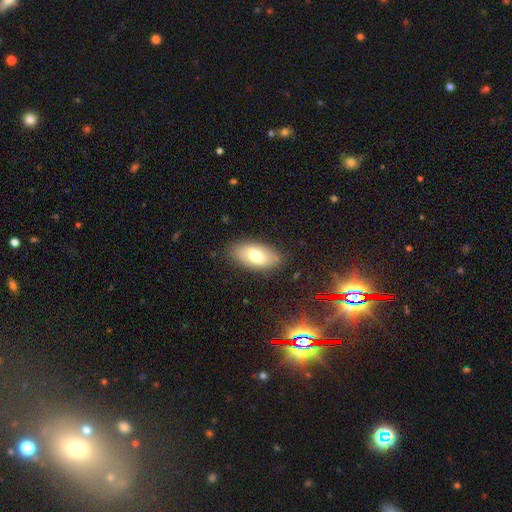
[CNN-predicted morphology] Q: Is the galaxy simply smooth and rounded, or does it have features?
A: smooth — 70%.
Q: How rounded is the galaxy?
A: in between — 92%.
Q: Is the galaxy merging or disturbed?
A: none — 84%.